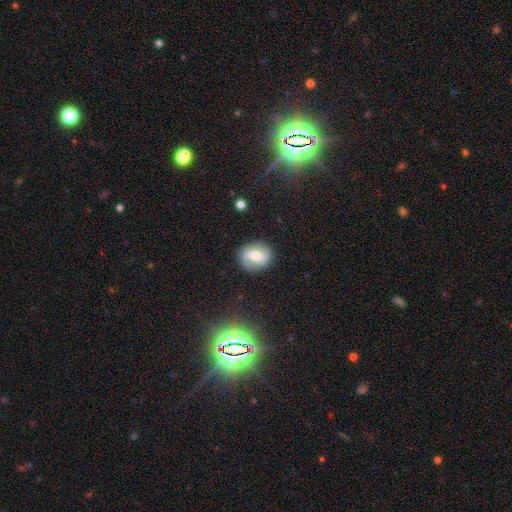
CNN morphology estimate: This is possibly a smooth galaxy (53%). How rounded: likely round (65%). Merging: clearly none (83%).